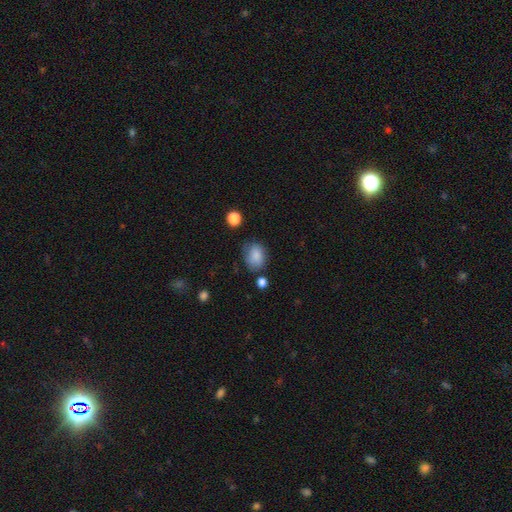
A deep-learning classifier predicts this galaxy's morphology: smooth 84%, star or artifact 9%, featured or disk 7%. Down the decision tree: how rounded — in between (63%); merging — none (62%).